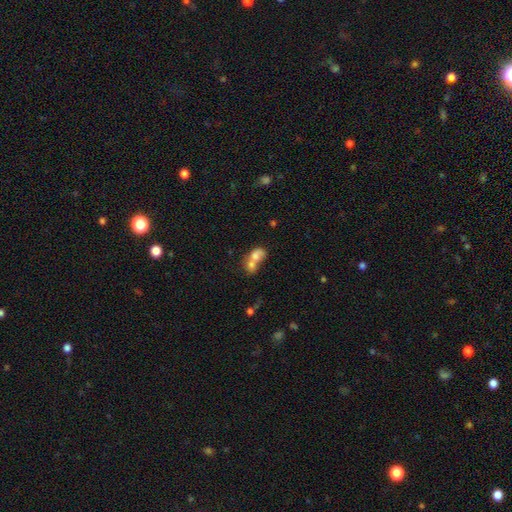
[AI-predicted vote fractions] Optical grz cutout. It shows a smooth galaxy with no disk features (69%) that is in between round and cigar-shaped (63%). Merging: merger (75%).